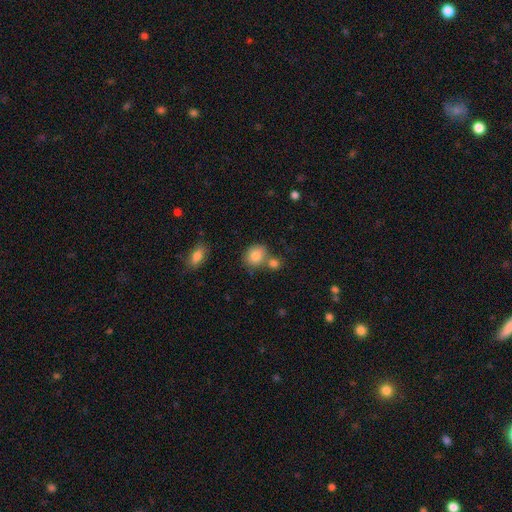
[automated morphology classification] Smooth or featured? Predicted: smooth (p=0.84). How rounded? Predicted: round (p=0.62). Merging? Predicted: none (p=0.58).